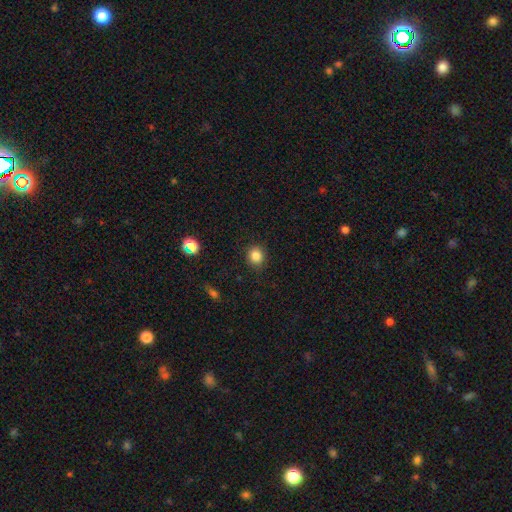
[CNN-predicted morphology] smooth-or-featured: smooth: 85% | star or artifact: 11% | featured or disk: 4%
  how-rounded: round: 81% | in between: 18% | cigar-shaped: 1%
  merging: none: 89% | minor disturbance: 8% | major disturbance: 2% | merger: 1%